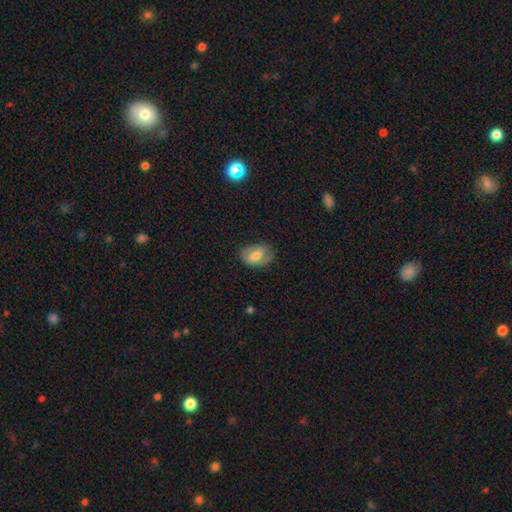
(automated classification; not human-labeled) Smooth or featured: featured or disk — 49% (smooth — 44%)
Merging: none — 75% (minor disturbance — 18%)